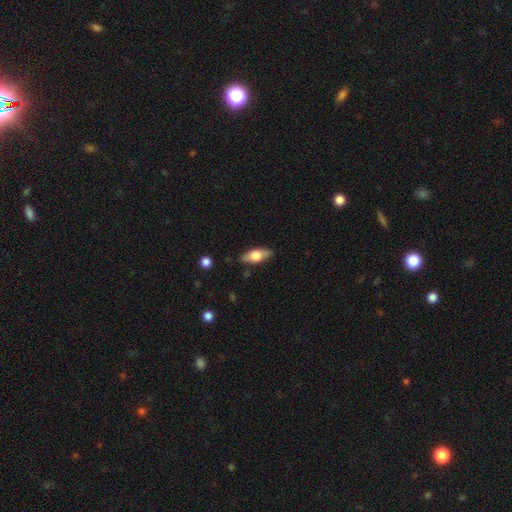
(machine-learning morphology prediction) A smooth galaxy with no disk features (63%) that is in between round and cigar-shaped (80%). Merging: none (85%).